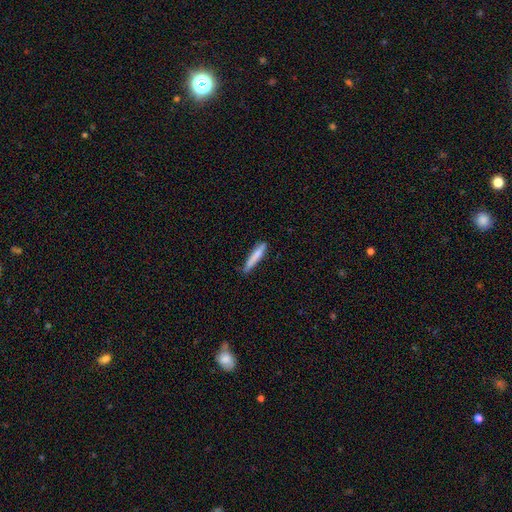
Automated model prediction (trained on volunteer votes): A smooth galaxy with no disk features (77%) that is cigar-shaped (92%). Merging: none (71%).